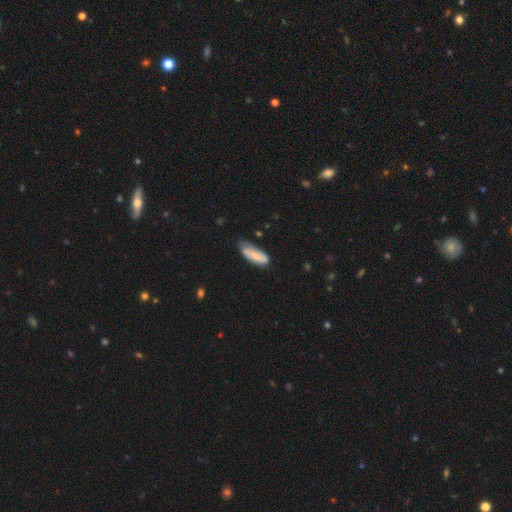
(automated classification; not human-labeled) Q: Smooth or featured?
A: smooth (69%); runner-up: featured or disk (24%)
Q: How rounded?
A: in between (69%); runner-up: cigar-shaped (30%)
Q: Merging?
A: none (49%); runner-up: minor disturbance (37%)